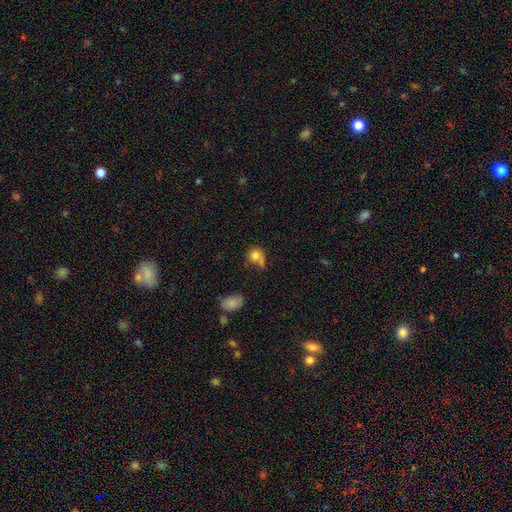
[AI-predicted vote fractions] Overall: smooth (77%). How rounded: round (76%). Merging: none (44%; minor disturbance 23%).